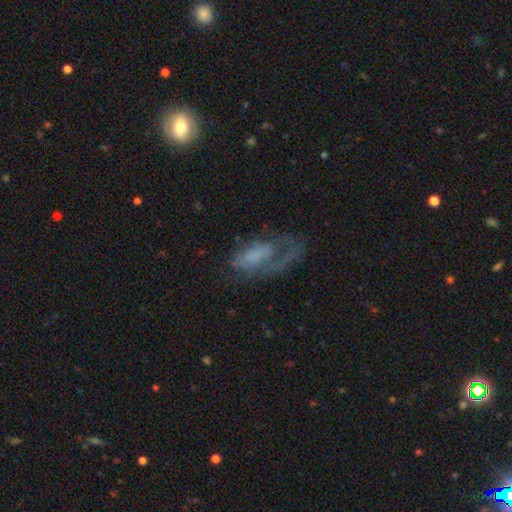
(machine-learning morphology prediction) Smooth or featured? featured or disk (55%)
Edge-on disk? no (93%)
Bar? no (70%)
Spiral arms? yes (64%)
Bulge size? none (56%)
Merging? major disturbance (45%)